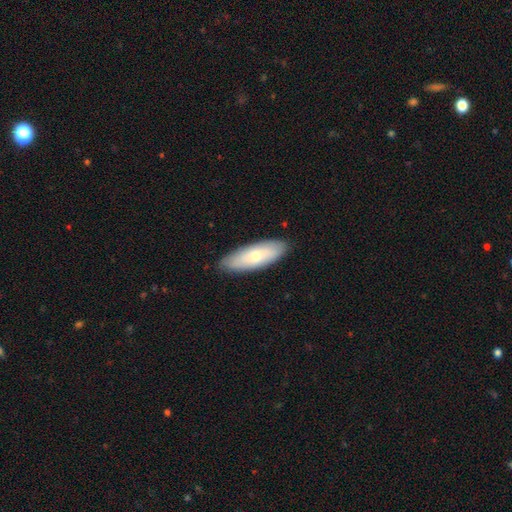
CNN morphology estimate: type=smooth (64%); roundness=in between (63%); merging=none (87%).